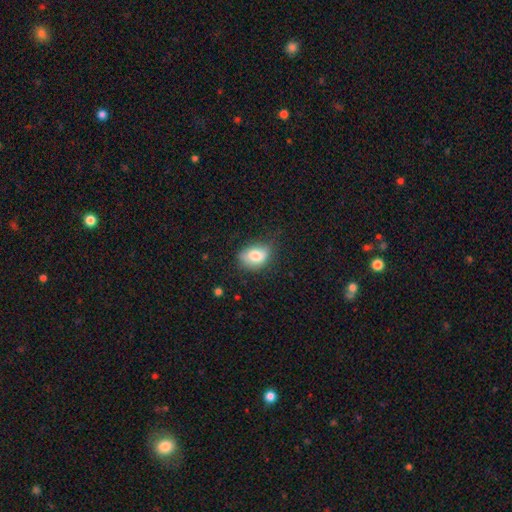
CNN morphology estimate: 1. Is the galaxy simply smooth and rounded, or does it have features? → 78% smooth, 14% featured or disk, 8% star or artifact.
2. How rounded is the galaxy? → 73% in between, 26% round, 1% cigar-shaped.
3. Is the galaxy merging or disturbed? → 60% none, 30% minor disturbance, 8% major disturbance, 2% merger.